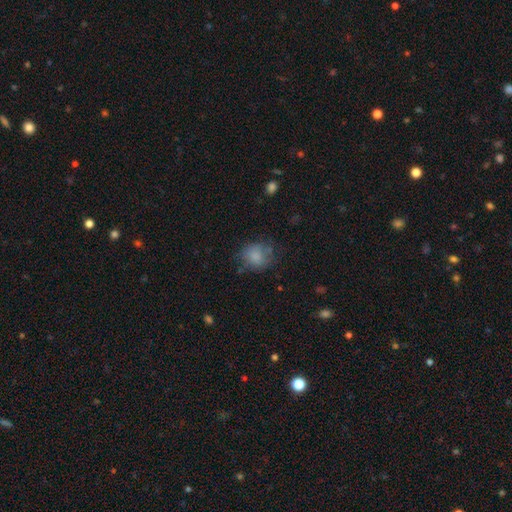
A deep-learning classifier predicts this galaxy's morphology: This is likely a smooth galaxy (79%). How rounded: likely round (70%). Merging: likely none (60%).